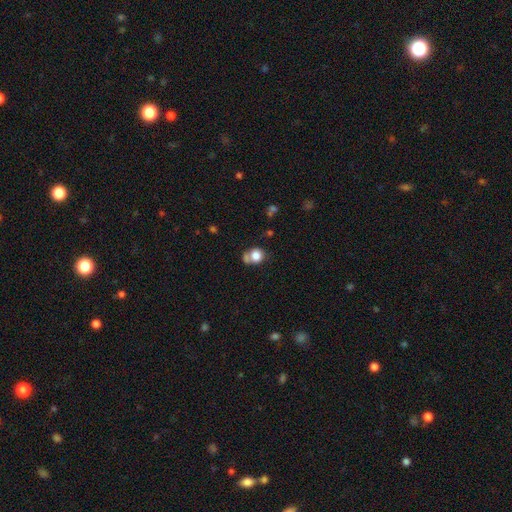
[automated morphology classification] Smooth or featured? Predicted: smooth (p=0.80). How rounded? Predicted: round (p=0.73). Merging? Predicted: none (p=0.48).